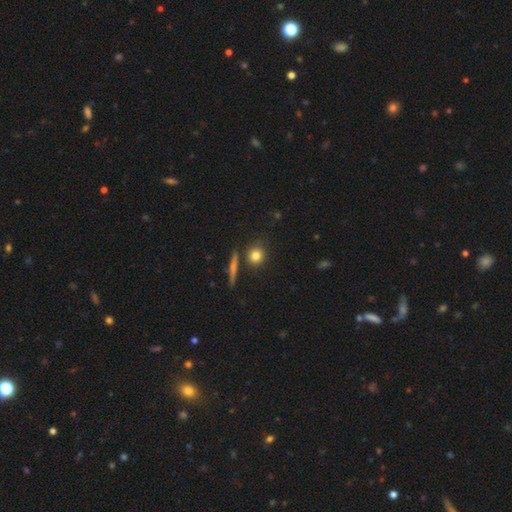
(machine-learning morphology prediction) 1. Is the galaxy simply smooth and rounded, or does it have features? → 80% smooth, 10% featured or disk, 10% star or artifact.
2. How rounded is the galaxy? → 84% round, 12% in between, 4% cigar-shaped.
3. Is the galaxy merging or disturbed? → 80% none, 10% minor disturbance, 7% merger, 3% major disturbance.